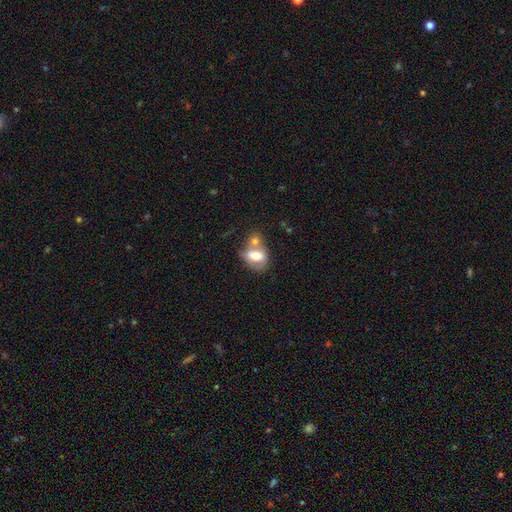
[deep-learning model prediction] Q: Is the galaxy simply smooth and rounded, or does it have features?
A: smooth — 62%.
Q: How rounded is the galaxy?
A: in between — 72%.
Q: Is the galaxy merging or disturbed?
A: merger — 51%.